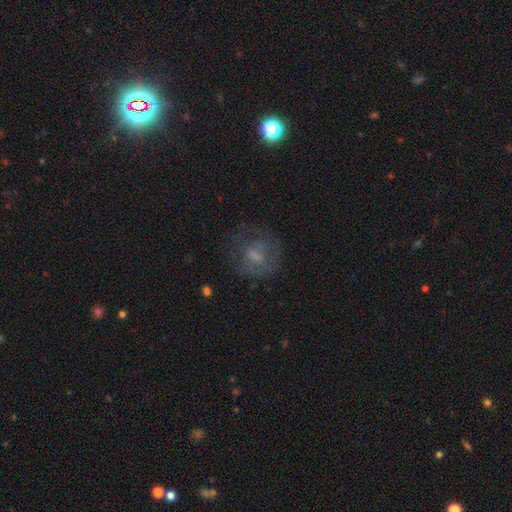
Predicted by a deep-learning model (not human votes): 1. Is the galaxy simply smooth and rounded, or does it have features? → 46% smooth, 40% featured or disk, 14% star or artifact.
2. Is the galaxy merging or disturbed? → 56% none, 23% major disturbance, 19% minor disturbance, 2% merger.